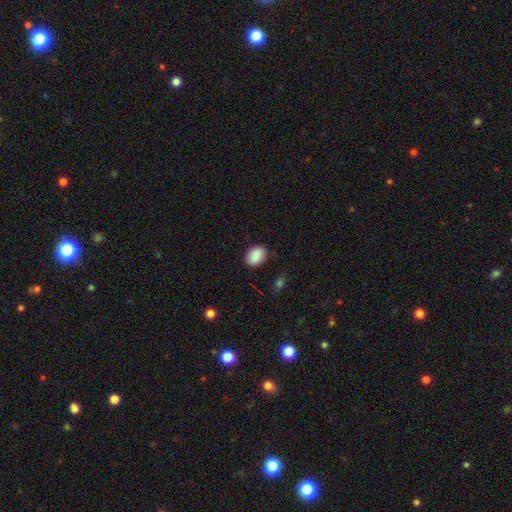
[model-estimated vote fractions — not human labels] This is clearly a smooth galaxy (89%). How rounded: likely in between (70%). Merging: clearly none (82%).